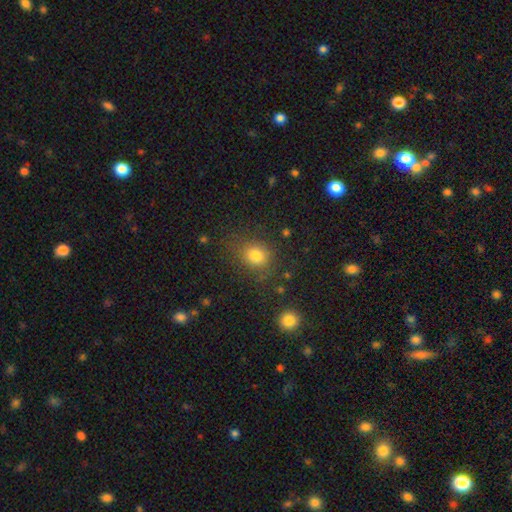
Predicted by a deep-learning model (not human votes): smooth-or-featured: smooth: 79% | star or artifact: 14% | featured or disk: 7%
  how-rounded: round: 67% | in between: 31% | cigar-shaped: 1%
  merging: none: 77% | minor disturbance: 14% | major disturbance: 6% | merger: 3%